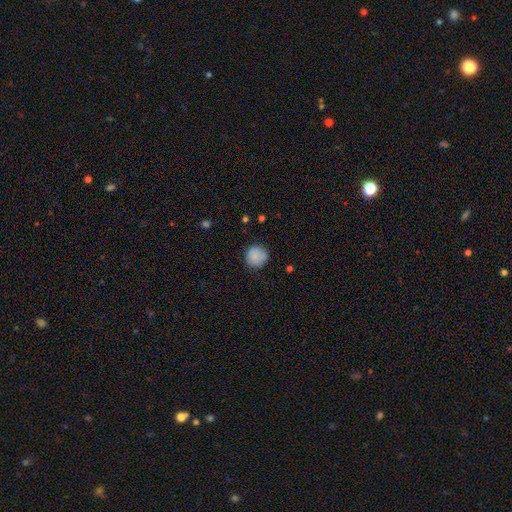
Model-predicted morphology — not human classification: Q: Smooth or featured?
A: smooth (86%); runner-up: star or artifact (8%)
Q: How rounded?
A: round (93%); runner-up: in between (6%)
Q: Merging?
A: none (86%); runner-up: minor disturbance (11%)